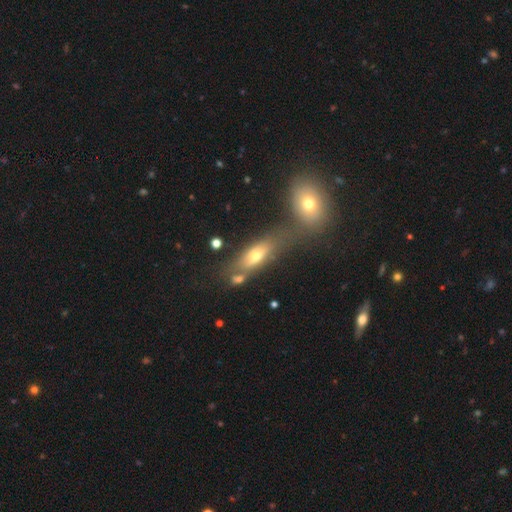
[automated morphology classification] type=smooth (51%); roundness=in between (61%); merging=none (48%).